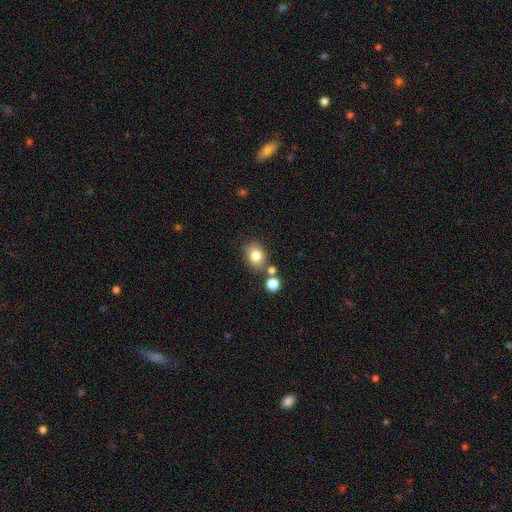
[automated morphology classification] smooth 79%, star or artifact 11%, featured or disk 9%. Down the decision tree: how rounded — round (50%); merging — none (71%).